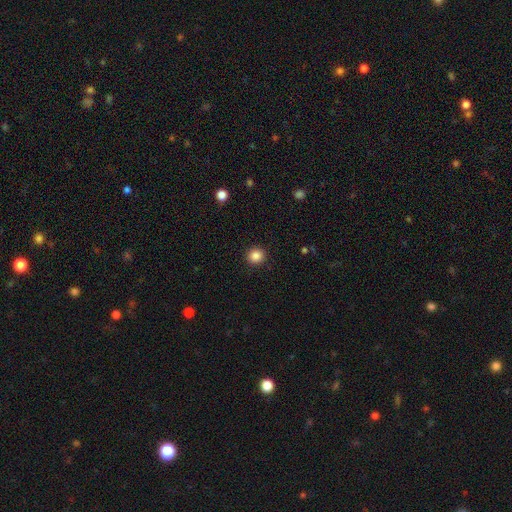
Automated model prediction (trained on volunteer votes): A smooth galaxy with no disk features (86%) that is round (90%).

Vote fractions:
- Smooth or featured? smooth: 86% / star or artifact: 11% / featured or disk: 4%
- How rounded? round: 90% / in between: 9% / cigar-shaped: 1%
- Merging? none: 92% / minor disturbance: 5% / major disturbance: 2% / merger: 1%